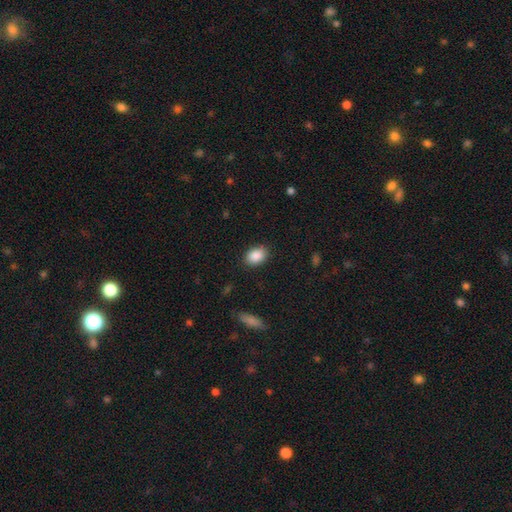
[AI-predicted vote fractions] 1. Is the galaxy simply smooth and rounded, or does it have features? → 89% smooth, 7% star or artifact, 4% featured or disk.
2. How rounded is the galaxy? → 80% in between, 19% round, 1% cigar-shaped.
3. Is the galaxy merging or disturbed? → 87% none, 9% minor disturbance, 2% major disturbance, 1% merger.